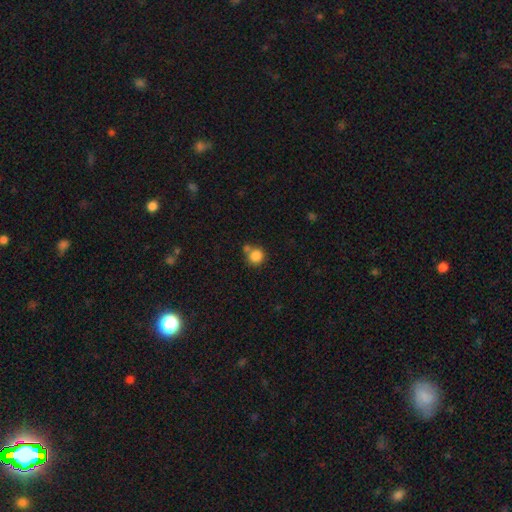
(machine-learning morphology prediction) Overall: smooth (84%). How rounded: round (91%). Merging: none (62%; merger 23%).